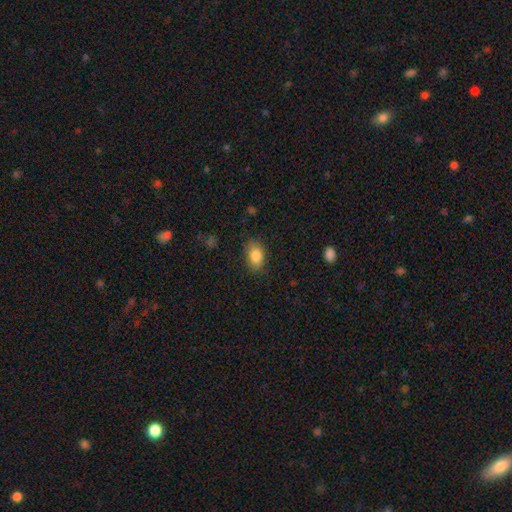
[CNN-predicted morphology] A smooth galaxy with no disk features (84%) that is in between round and cigar-shaped (84%).

Vote fractions:
- Smooth or featured? smooth: 84% / star or artifact: 8% / featured or disk: 8%
- How rounded? in between: 84% / round: 14% / cigar-shaped: 1%
- Merging? none: 82% / minor disturbance: 14% / major disturbance: 3% / merger: 1%